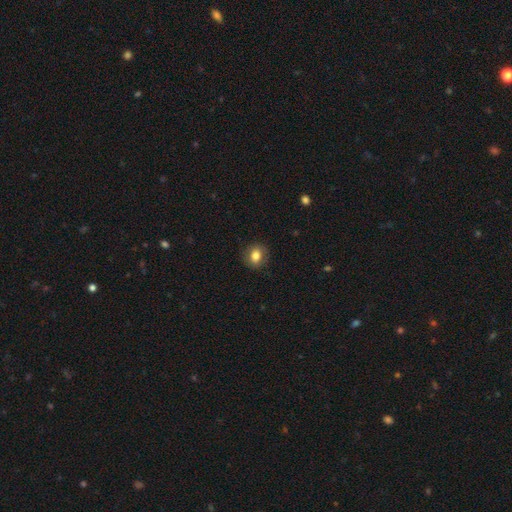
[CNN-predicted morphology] This is likely a smooth galaxy (80%). How rounded: likely round (68%). Merging: clearly none (86%).